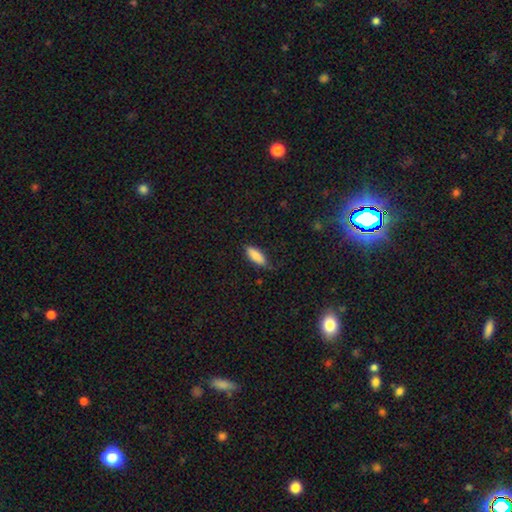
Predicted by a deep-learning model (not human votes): smooth 85%, featured or disk 9%, star or artifact 6%. Down the decision tree: how rounded — in between (68%); merging — none (75%).